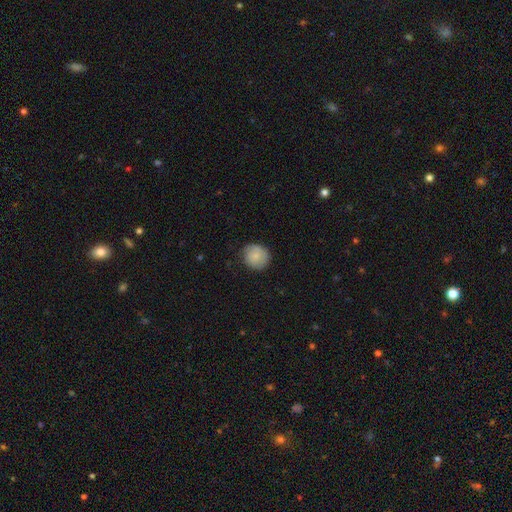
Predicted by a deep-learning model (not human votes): smooth 80%, featured or disk 13%, star or artifact 7%. Down the decision tree: how rounded — round (84%); merging — none (78%).